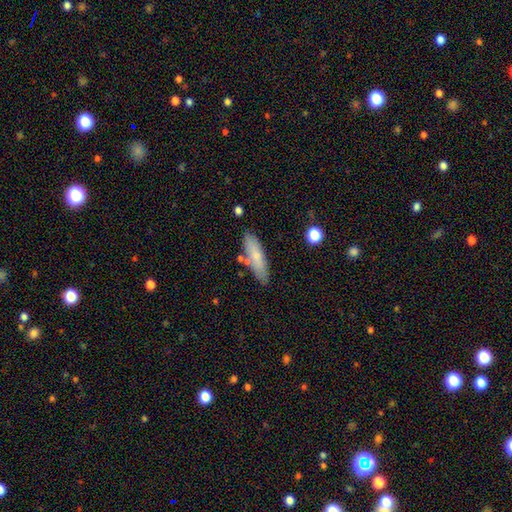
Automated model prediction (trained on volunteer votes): smooth 73%, featured or disk 20%, star or artifact 7%. Down the decision tree: how rounded — cigar-shaped (61%); merging — none (80%).